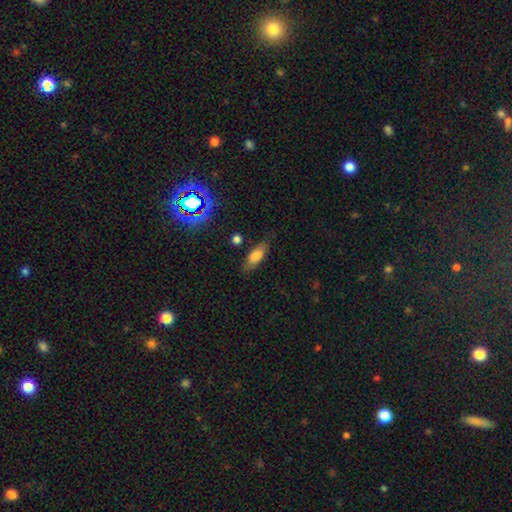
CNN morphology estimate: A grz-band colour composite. It shows a smooth galaxy with no disk features (74%) that is in between round and cigar-shaped (72%). Merging: none (78%).